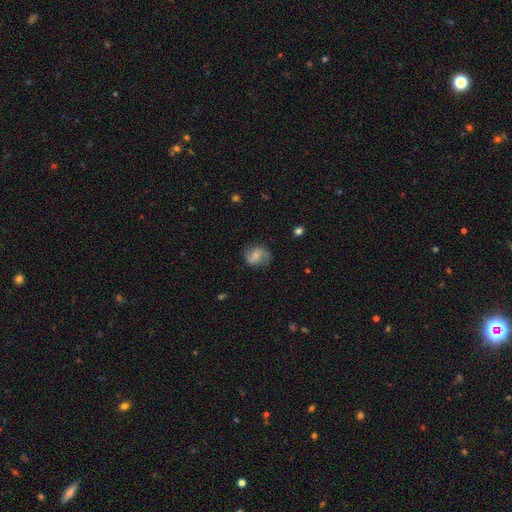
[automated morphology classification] Q: Smooth or featured?
A: featured or disk (48%); runner-up: smooth (44%)
Q: Merging?
A: none (73%); runner-up: minor disturbance (19%)